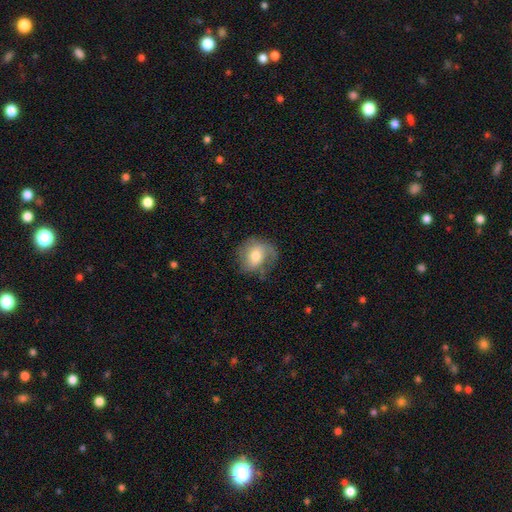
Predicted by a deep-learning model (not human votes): Smooth or featured?
  - smooth: 50% *
  - featured or disk: 42%
  - star or artifact: 8%
Merging?
  - none: 57% *
  - minor disturbance: 25%
  - major disturbance: 16%
  - merger: 2%